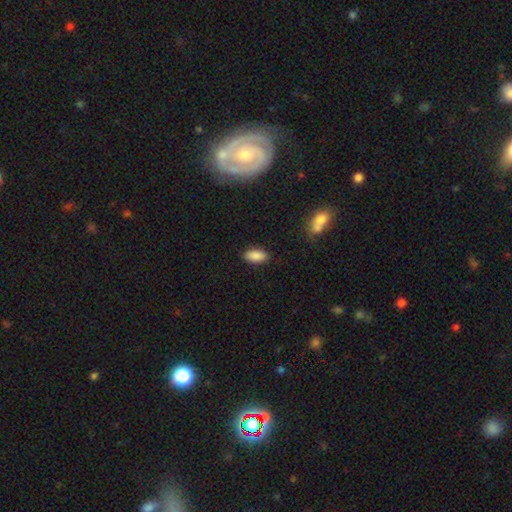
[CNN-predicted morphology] The model was most divided on "merging": none: 87%, minor disturbance: 10%, major disturbance: 2%, merger: 1%. More confident: how rounded — in between (90%); smooth or featured — smooth (88%).